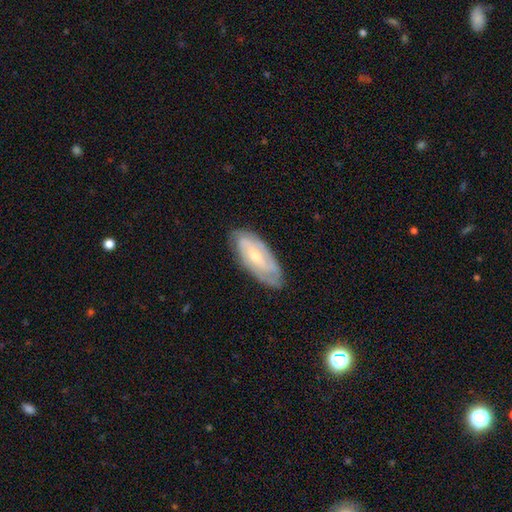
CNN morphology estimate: Smooth or featured?
  - featured or disk: 71% *
  - smooth: 24%
  - star or artifact: 6%
Edge-on disk?
  - no: 89% *
  - yes: 11%
Bar?
  - no: 43% *
  - weak: 41%
  - strong: 16%
Spiral arms?
  - yes: 87% *
  - no: 13%
Spiral winding?
  - tight: 59% *
  - medium: 31%
  - loose: 9%
Spiral arm count?
  - 2: 44% *
  - can't tell: 36%
  - 3: 11%
  - 1: 4%
  - 4: 3%
  - more than 4: 2%
Bulge size?
  - small: 48% *
  - moderate: 47%
  - large: 2%
  - none: 2%
  - dominant: 1%
Merging?
  - none: 79% *
  - minor disturbance: 16%
  - major disturbance: 4%
  - merger: 1%